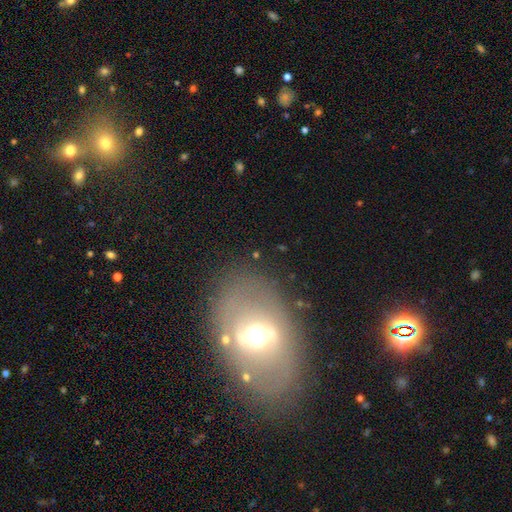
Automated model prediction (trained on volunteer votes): Smooth or featured? Predicted: featured or disk (p=0.47). Merging? Predicted: none (p=0.63).